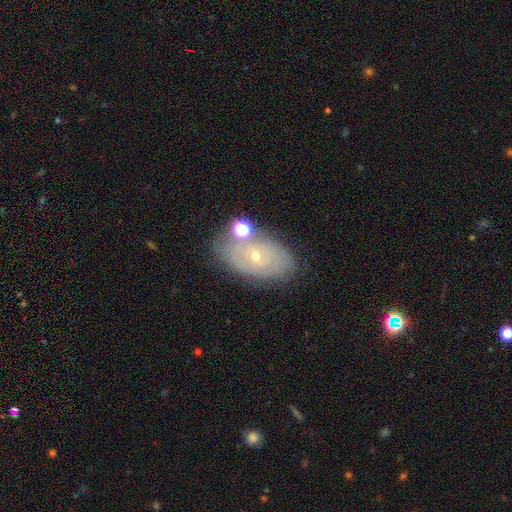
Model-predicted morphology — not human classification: A featured or disk galaxy (64%) with no bar (81%), spiral arms (67%) and a small central bulge (77%).

Vote fractions:
- Smooth or featured? featured or disk: 64% / smooth: 25% / star or artifact: 11%
- Edge-on disk? no: 93% / yes: 7%
- Bar? no: 81% / weak: 15% / strong: 4%
- Spiral arms? yes: 67% / no: 33%
- Bulge size? small: 77% / moderate: 20% / none: 1% / large: 1% / dominant: 1%
- Merging? none: 67% / minor disturbance: 17% / merger: 9% / major disturbance: 6%